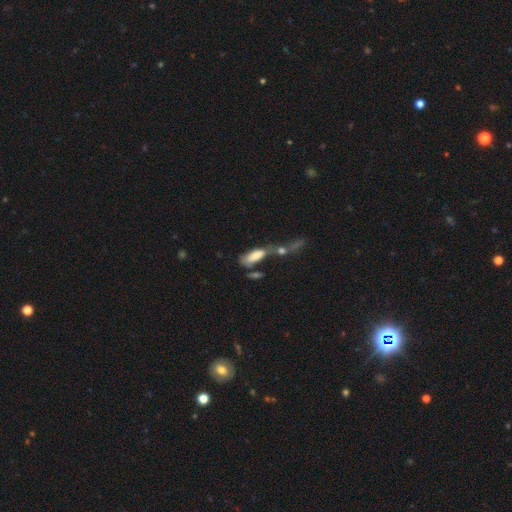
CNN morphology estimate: This is likely a smooth galaxy (70%). How rounded: likely in between (76%). Merging: possibly merger (56%).